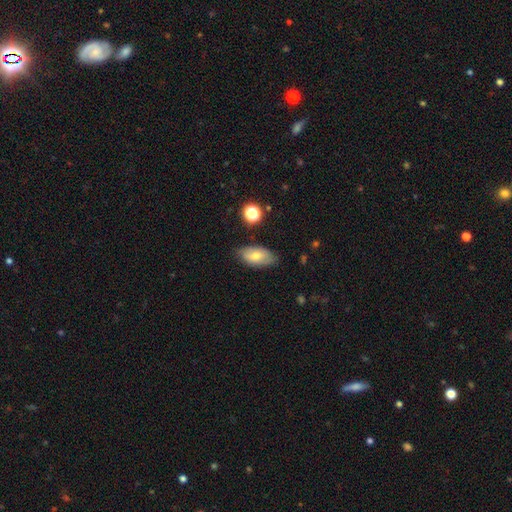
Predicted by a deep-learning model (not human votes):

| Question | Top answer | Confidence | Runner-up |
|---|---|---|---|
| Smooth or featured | smooth | 66% | featured or disk (25%) |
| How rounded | in between | 92% | round (5%) |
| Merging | none | 76% | minor disturbance (18%) |